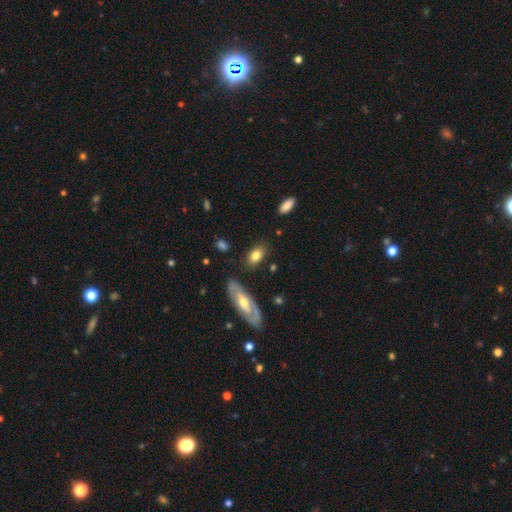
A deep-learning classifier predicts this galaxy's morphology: Smooth or featured?
  - smooth: 75% *
  - featured or disk: 18%
  - star or artifact: 7%
How rounded?
  - in between: 87% *
  - round: 8%
  - cigar-shaped: 5%
Merging?
  - none: 77% *
  - minor disturbance: 15%
  - major disturbance: 4%
  - merger: 3%